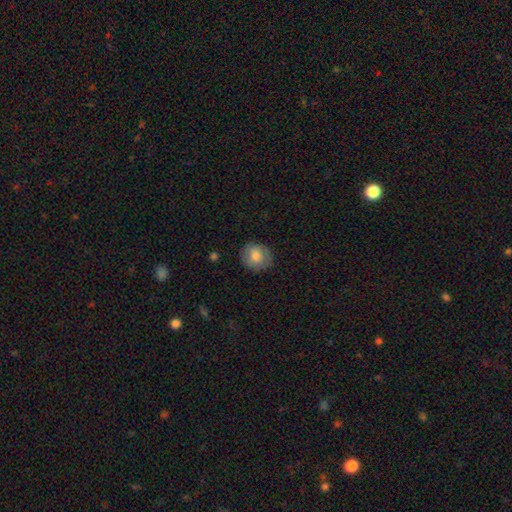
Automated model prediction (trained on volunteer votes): A smooth galaxy with no disk features (77%) that is round (77%).

Vote fractions:
- Smooth or featured? smooth: 77% / featured or disk: 16% / star or artifact: 7%
- How rounded? round: 77% / in between: 22% / cigar-shaped: 1%
- Merging? none: 83% / minor disturbance: 13% / major disturbance: 3% / merger: 1%